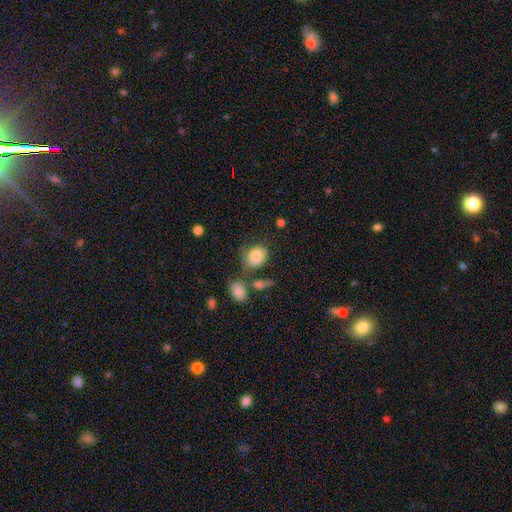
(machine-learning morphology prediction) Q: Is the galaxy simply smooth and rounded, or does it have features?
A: smooth — 75%.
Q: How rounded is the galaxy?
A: round — 53%.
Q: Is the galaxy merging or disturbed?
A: none — 43%.